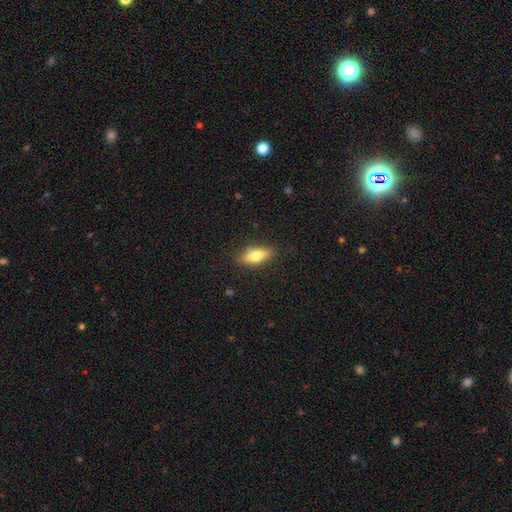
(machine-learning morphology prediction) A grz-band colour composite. It shows a smooth galaxy with no disk features (67%) that is in between round and cigar-shaped (66%). Merging: none (83%).